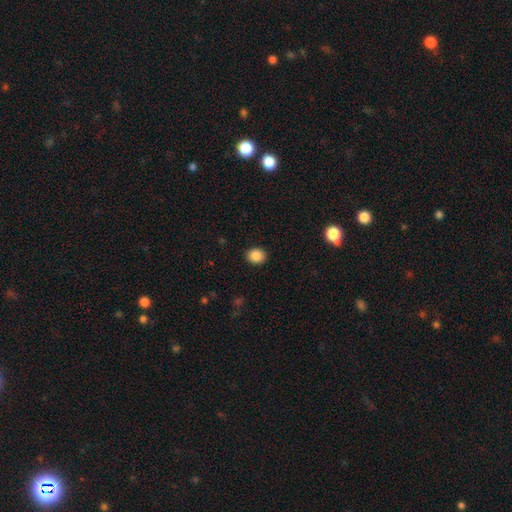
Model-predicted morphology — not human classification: This is clearly a smooth galaxy (87%). How rounded: likely round (63%). Merging: clearly none (90%).